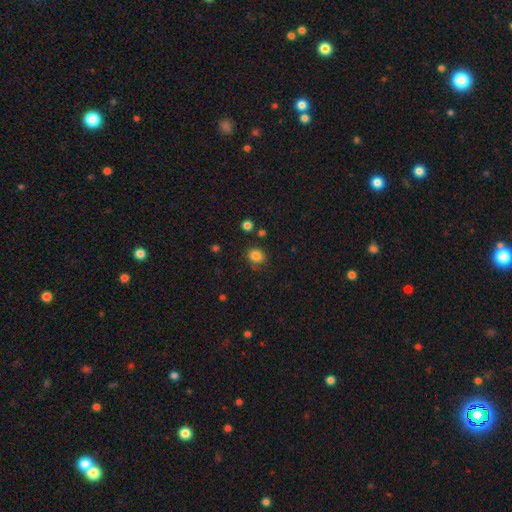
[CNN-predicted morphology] A smooth galaxy with no disk features (83%) that is round (63%).

Vote fractions:
- Smooth or featured? smooth: 83% / star or artifact: 12% / featured or disk: 5%
- How rounded? round: 63% / in between: 36% / cigar-shaped: 1%
- Merging? none: 75% / minor disturbance: 17% / major disturbance: 4% / merger: 4%